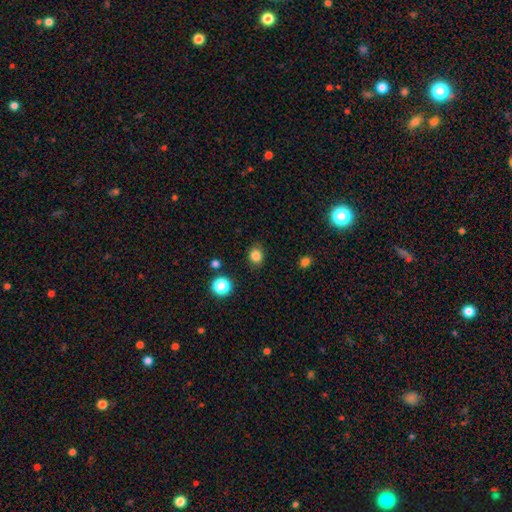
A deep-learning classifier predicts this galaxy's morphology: smooth 83%, star or artifact 12%, featured or disk 4%. Down the decision tree: how rounded — round (63%); merging — none (84%).